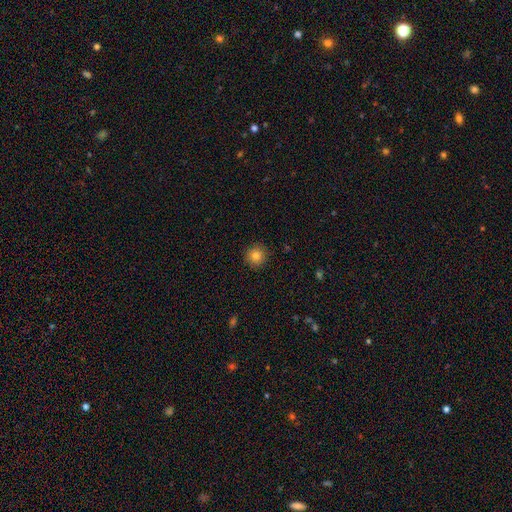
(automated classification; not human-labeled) smooth_or_featured: smooth (p=0.82) [alt: star or artifact p=0.11]
how_rounded: round (p=0.95) [alt: in between p=0.04]
merging: none (p=0.91) [alt: minor disturbance p=0.06]